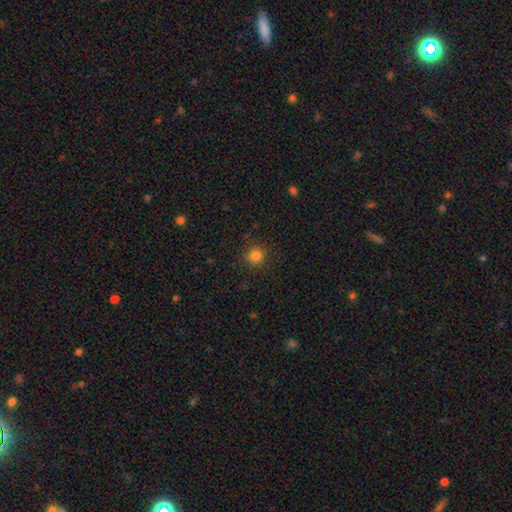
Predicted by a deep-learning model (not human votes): Smooth or featured: smooth — 83% (star or artifact — 13%)
How rounded: round — 92% (in between — 7%)
Merging: none — 86% (minor disturbance — 10%)